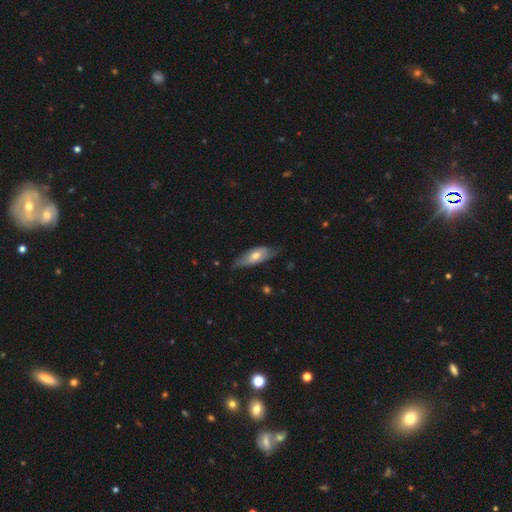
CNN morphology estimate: This is possibly a smooth galaxy (54%). How rounded: likely in between (71%). Merging: likely none (61%).